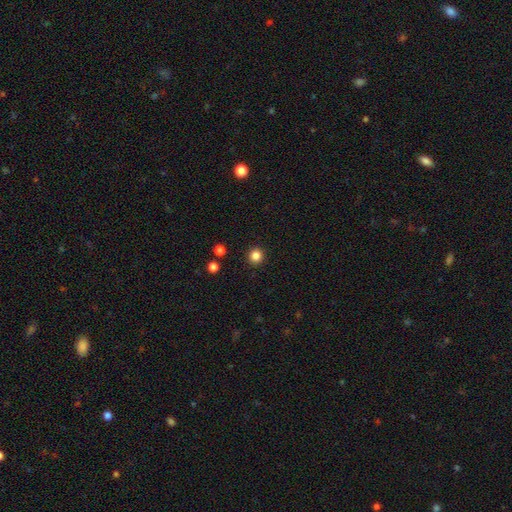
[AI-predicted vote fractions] Smooth or featured?
  - smooth: 84% *
  - star or artifact: 12%
  - featured or disk: 4%
How rounded?
  - round: 93% *
  - in between: 6%
  - cigar-shaped: 1%
Merging?
  - none: 93% *
  - minor disturbance: 4%
  - major disturbance: 2%
  - merger: 1%